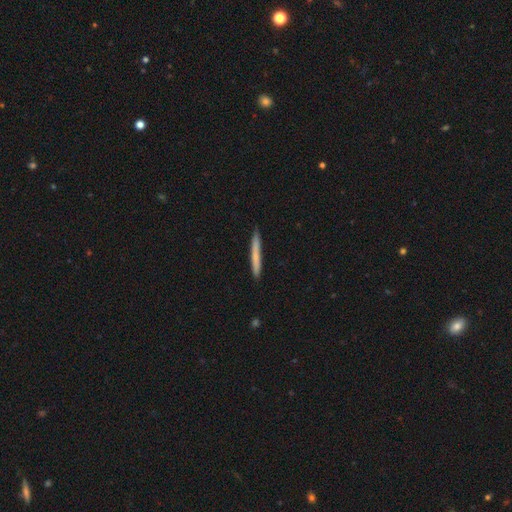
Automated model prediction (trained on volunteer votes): A smooth galaxy with no disk features (69%) that is cigar-shaped (97%). Merging: none (90%).